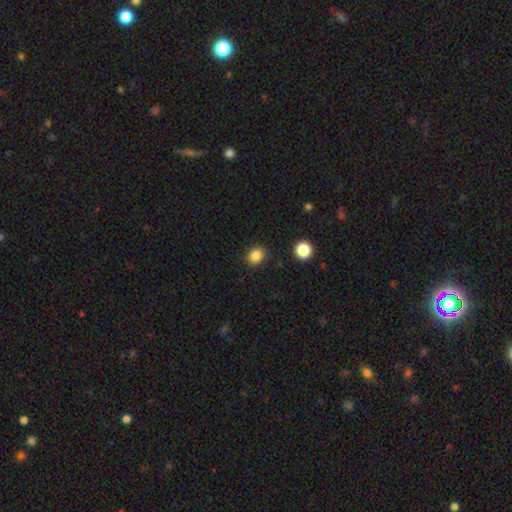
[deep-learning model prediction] Smooth or featured? Predicted: smooth (p=0.85). How rounded? Predicted: round (p=0.67). Merging? Predicted: none (p=0.87).